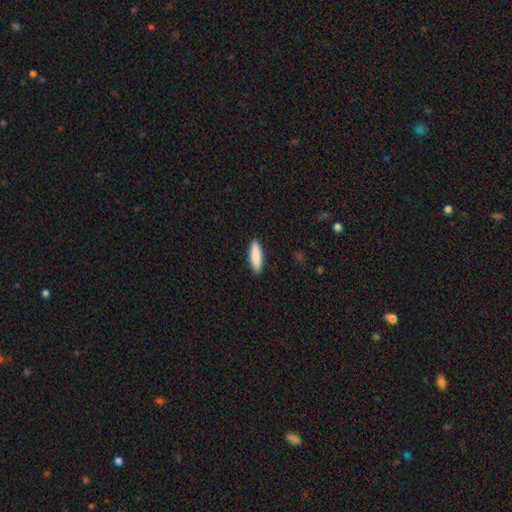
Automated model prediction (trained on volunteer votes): smooth-or-featured: smooth: 88% | featured or disk: 7% | star or artifact: 5%
  how-rounded: cigar-shaped: 55% | in between: 43% | round: 2%
  merging: none: 90% | minor disturbance: 7% | major disturbance: 2% | merger: 1%